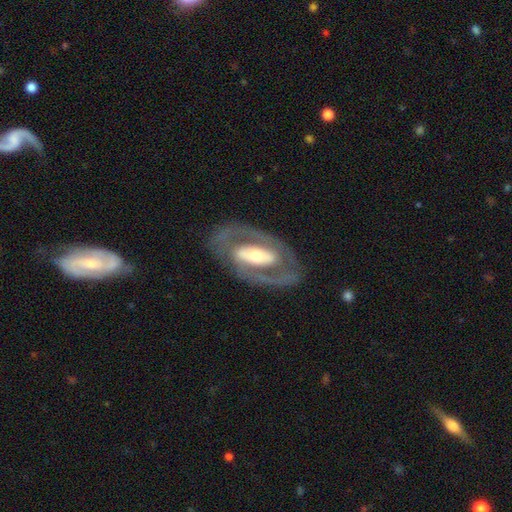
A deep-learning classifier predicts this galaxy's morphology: This is clearly a featured or disk galaxy (82%). It is clearly not viewed edge-on (92%). Bar: possibly strong (51%). Spiral arm pattern: likely yes (66%). Central bulge: possibly moderate (54%). Merging: likely none (80%).